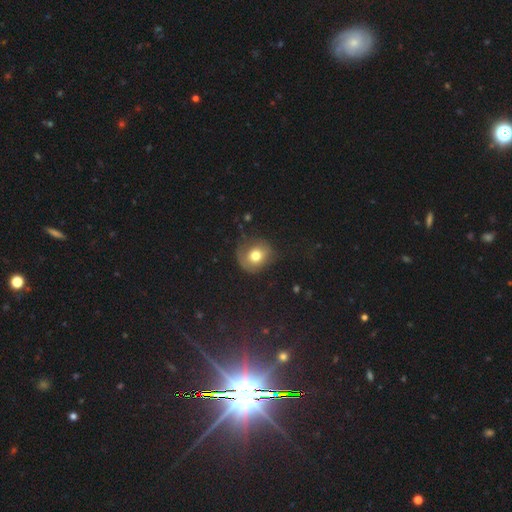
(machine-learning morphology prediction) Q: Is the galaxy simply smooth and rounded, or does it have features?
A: smooth — 70%.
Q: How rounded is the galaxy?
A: round — 80%.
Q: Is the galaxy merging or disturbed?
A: none — 61%.